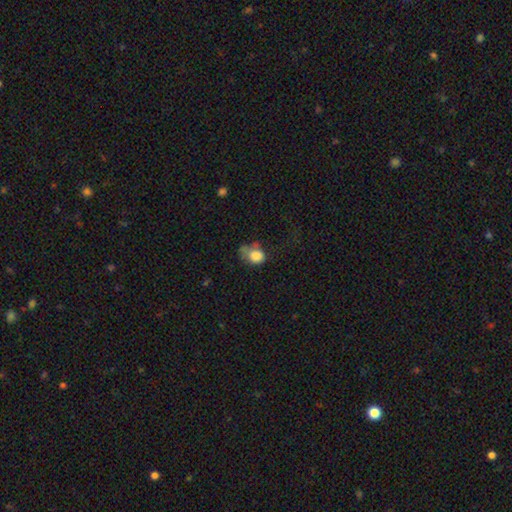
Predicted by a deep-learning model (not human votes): smooth_or_featured: smooth (p=0.79) [alt: featured or disk p=0.11]
how_rounded: in between (p=0.56) [alt: round p=0.43]
merging: minor disturbance (p=0.33) [alt: major disturbance p=0.29]